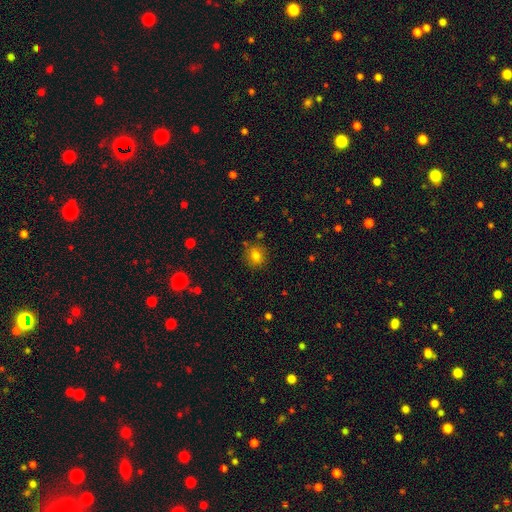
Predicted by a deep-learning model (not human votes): This appears to be a smooth galaxy with no disk features (78%) that is round (78%). Merging: none (83%).